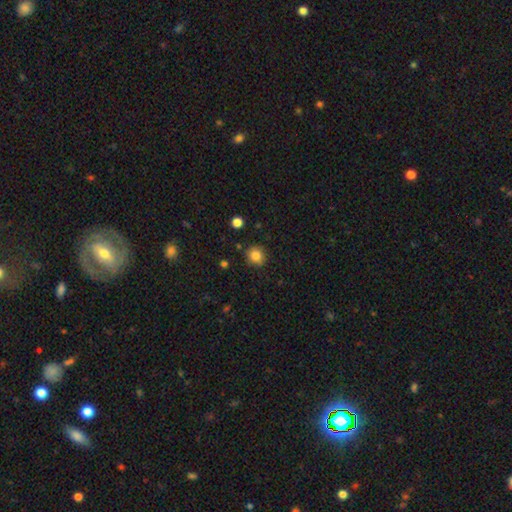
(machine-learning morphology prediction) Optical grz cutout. It shows a smooth galaxy with no disk features (83%) that is round (89%). Merging: none (89%).